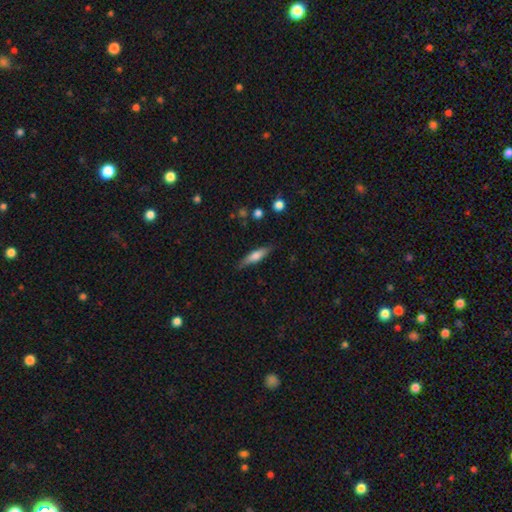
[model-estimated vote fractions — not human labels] This appears to be a smooth galaxy with no disk features (62%) that is cigar-shaped (70%). Merging: none (81%).